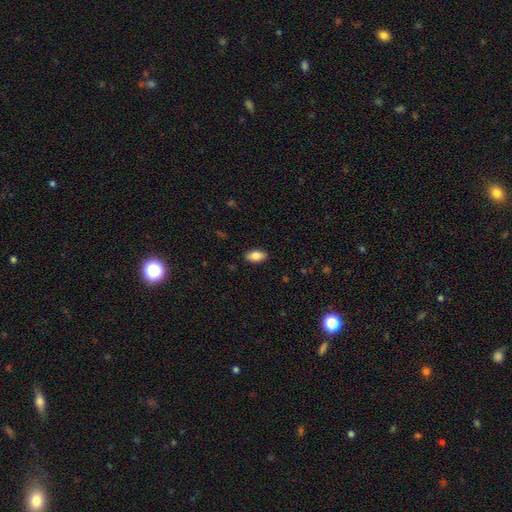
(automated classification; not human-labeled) This is clearly a smooth galaxy (83%). How rounded: clearly in between (91%). Merging: clearly none (88%).